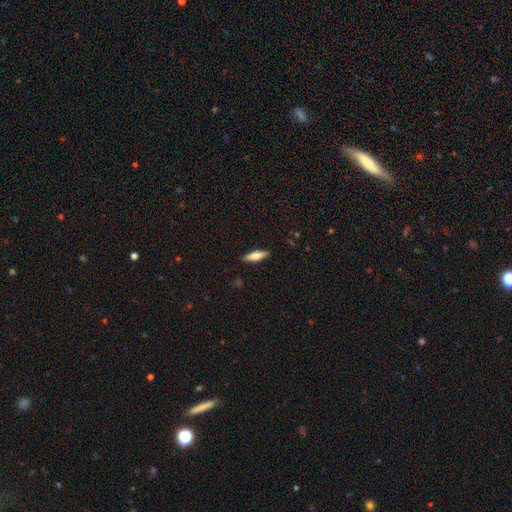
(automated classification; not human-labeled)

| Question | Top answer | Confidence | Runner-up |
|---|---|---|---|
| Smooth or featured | smooth | 61% | featured or disk (33%) |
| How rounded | cigar-shaped | 57% | in between (41%) |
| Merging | none | 88% | minor disturbance (9%) |